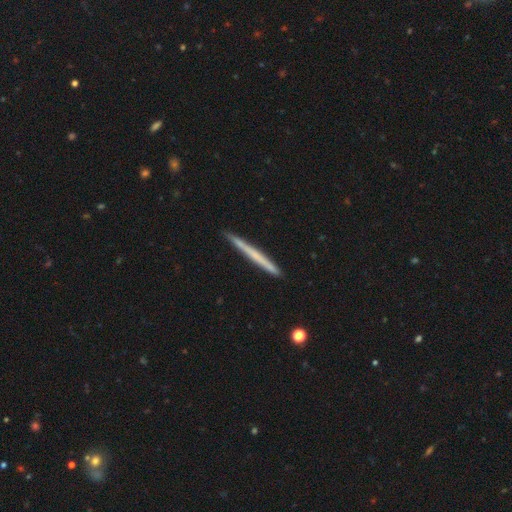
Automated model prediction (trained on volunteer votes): smooth_or_featured: smooth (p=0.48) [alt: featured or disk p=0.47]
merging: none (p=0.89) [alt: minor disturbance p=0.08]